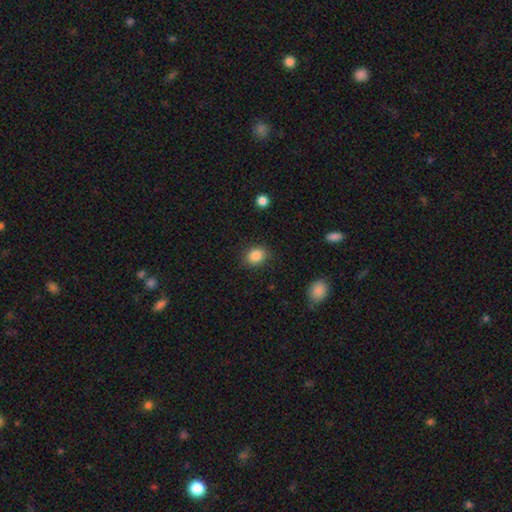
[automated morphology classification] smooth 85%, star or artifact 9%, featured or disk 6%. Down the decision tree: how rounded — in between (53%); merging — none (85%).